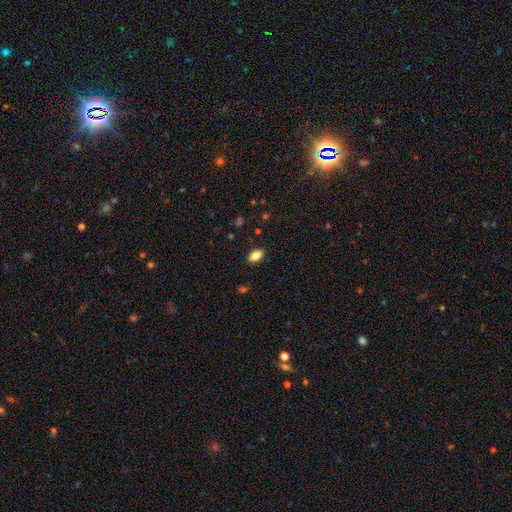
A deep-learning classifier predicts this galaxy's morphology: Smooth or featured? Predicted: smooth (p=0.82). How rounded? Predicted: in between (p=0.91). Merging? Predicted: none (p=0.88).